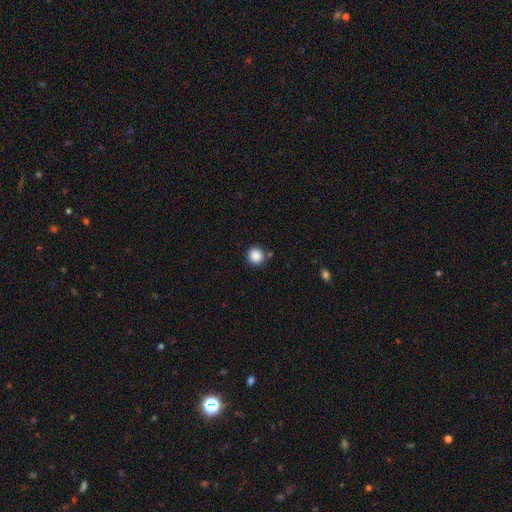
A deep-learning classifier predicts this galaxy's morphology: Overall: smooth (87%). How rounded: round (94%). Merging: none (85%).